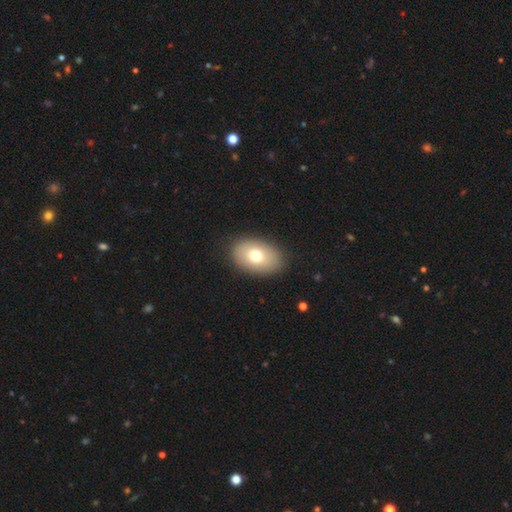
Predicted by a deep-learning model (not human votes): Smooth or featured? smooth (74%)
How rounded? in between (86%)
Merging? none (88%)